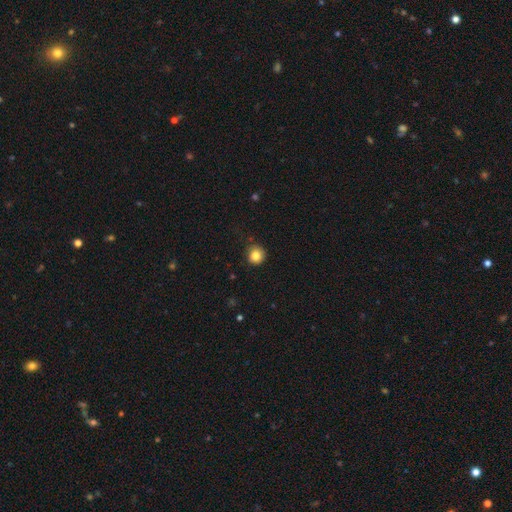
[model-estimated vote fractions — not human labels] Smooth or featured? Predicted: smooth (p=0.84). How rounded? Predicted: round (p=0.92). Merging? Predicted: none (p=0.84).